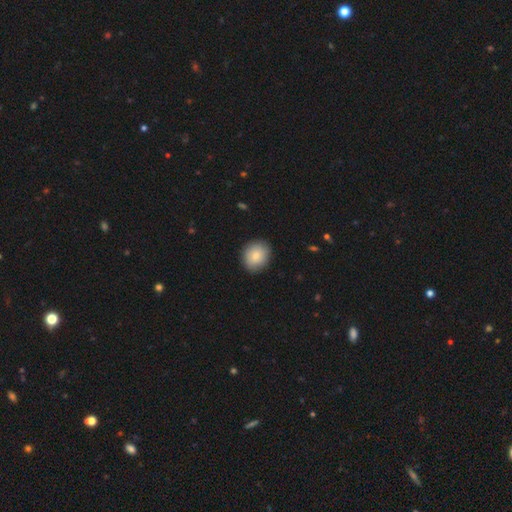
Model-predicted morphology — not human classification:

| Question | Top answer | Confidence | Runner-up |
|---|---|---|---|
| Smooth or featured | smooth | 84% | featured or disk (9%) |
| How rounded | round | 64% | in between (35%) |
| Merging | none | 88% | minor disturbance (9%) |